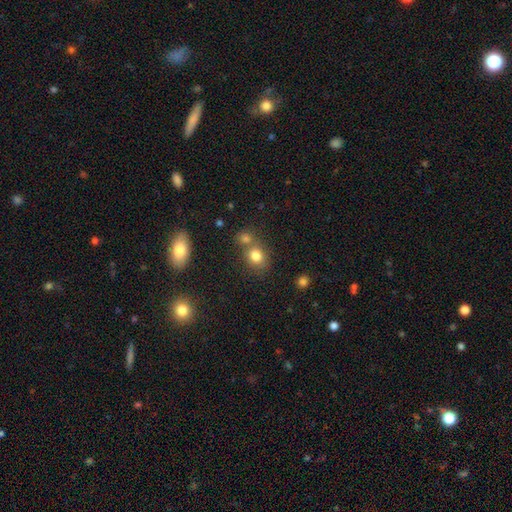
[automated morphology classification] This appears to be a smooth galaxy with no disk features (79%) that is round (64%). Merging: none (53%).